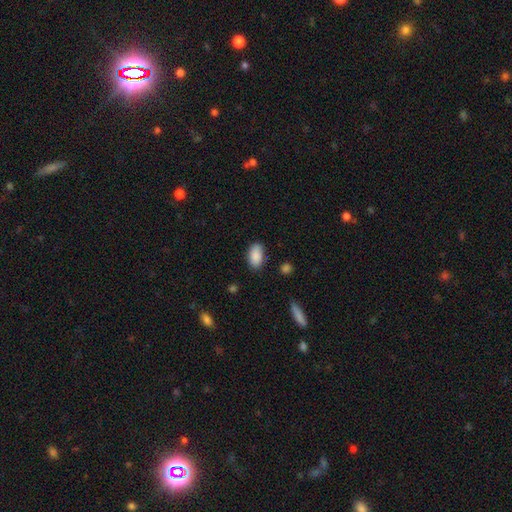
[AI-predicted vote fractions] The model was most divided on "merging": none: 82%, minor disturbance: 14%, major disturbance: 3%, merger: 2%. More confident: how rounded — in between (93%); smooth or featured — smooth (89%).